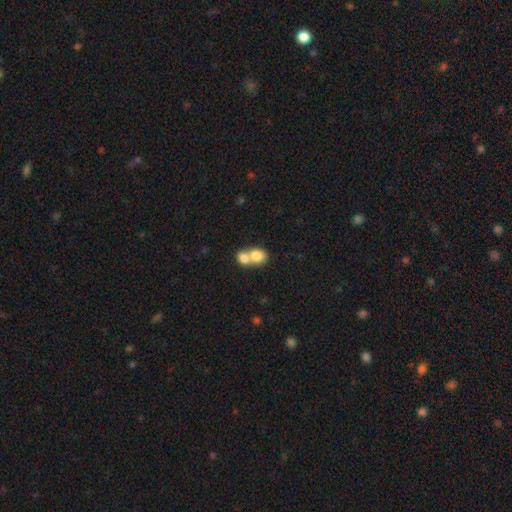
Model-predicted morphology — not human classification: Smooth or featured? smooth (78%)
How rounded? round (50%)
Merging? merger (74%)